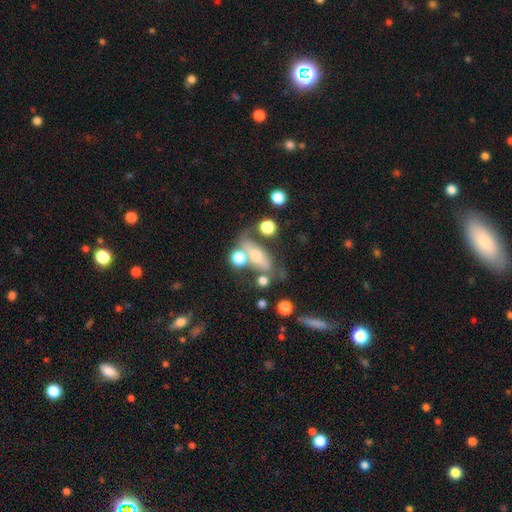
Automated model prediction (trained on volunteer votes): Q: Smooth or featured?
A: smooth (48%); runner-up: featured or disk (40%)
Q: Merging?
A: none (42%); runner-up: merger (24%)